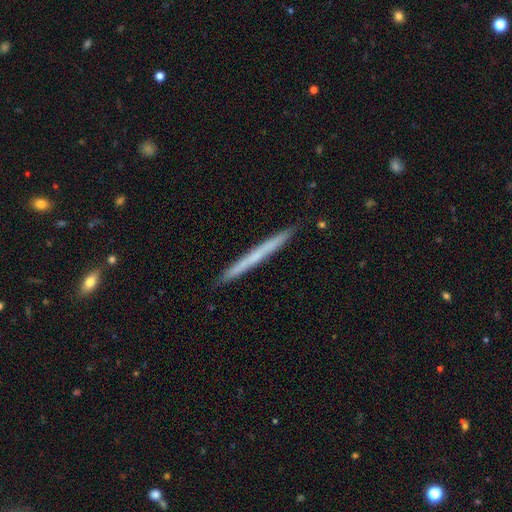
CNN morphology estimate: Smooth or featured?
  - smooth: 53% *
  - featured or disk: 42%
  - star or artifact: 5%
How rounded?
  - cigar-shaped: 97% *
  - in between: 1%
  - round: 1%
Merging?
  - none: 92% *
  - minor disturbance: 6%
  - major disturbance: 1%
  - merger: 1%